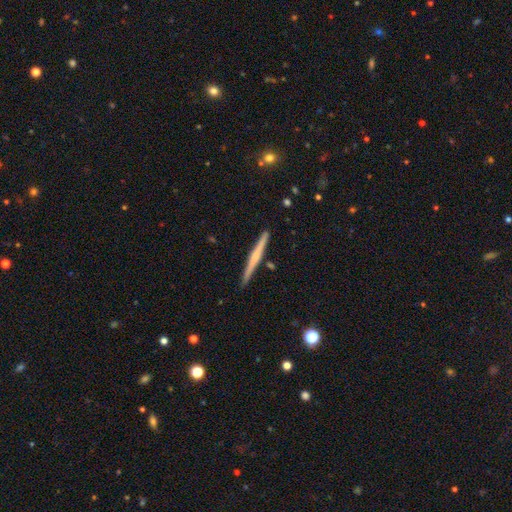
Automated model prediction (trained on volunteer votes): A featured or disk galaxy (57%) viewed edge-on (98%) with no central bulge (49%). Merging: none (90%).